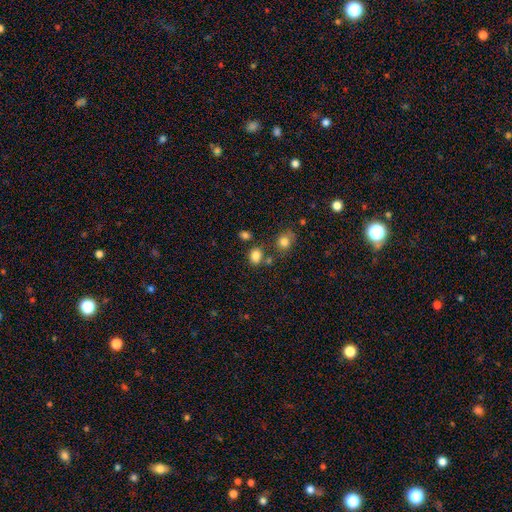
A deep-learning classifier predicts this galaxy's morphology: Overall: smooth (82%). How rounded: round (52%; in between 47%). Merging: none (70%).